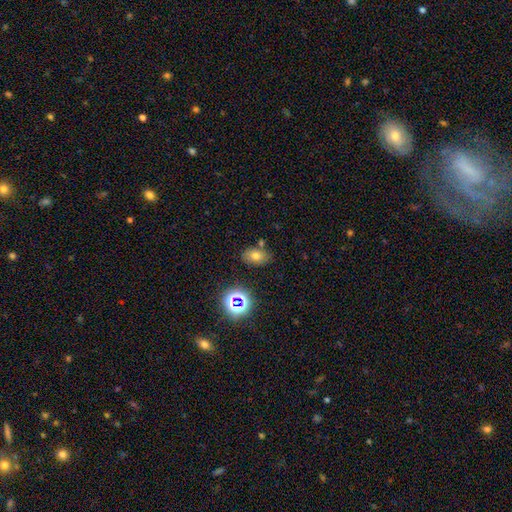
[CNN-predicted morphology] This appears to be a smooth galaxy with no disk features (67%) that is in between round and cigar-shaped (81%). Merging: none (74%).